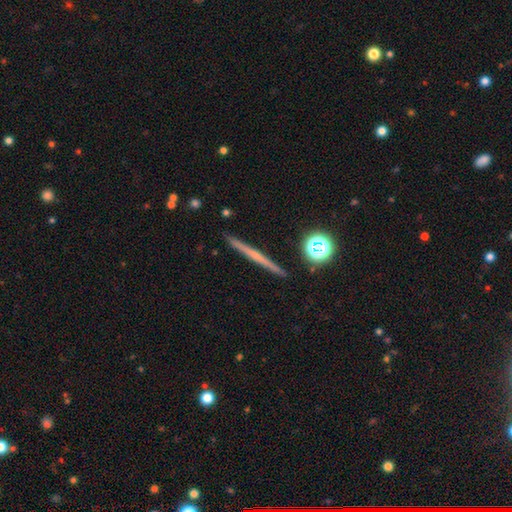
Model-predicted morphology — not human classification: smooth-or-featured: featured or disk: 58% | smooth: 33% | star or artifact: 9%
  disk-edge-on: yes: 98% | no: 2%
    edge-on-bulge: none: 74% | rounded: 21% | boxy: 5%
  merging: none: 92% | minor disturbance: 5% | merger: 1% | major disturbance: 1%